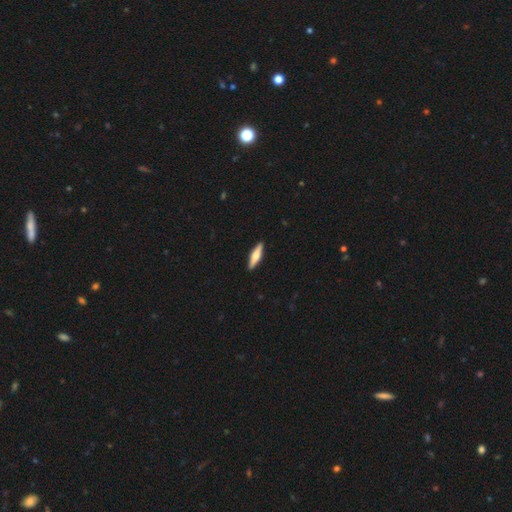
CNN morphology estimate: type=smooth (50%); merging=none (91%).